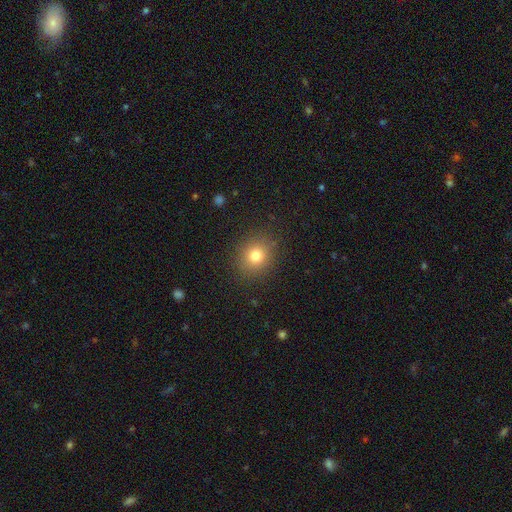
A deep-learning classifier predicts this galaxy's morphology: This is likely a smooth galaxy (78%). How rounded: likely round (76%). Merging: clearly none (88%).